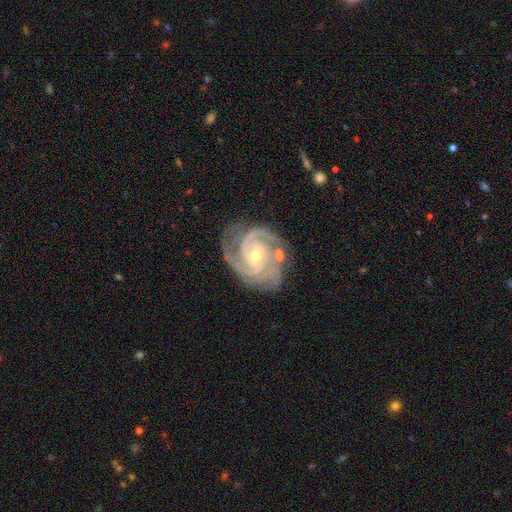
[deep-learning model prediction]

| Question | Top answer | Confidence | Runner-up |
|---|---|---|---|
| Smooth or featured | featured or disk | 93% | star or artifact (4%) |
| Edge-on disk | no | 98% | yes (2%) |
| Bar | no | 50% | weak (35%) |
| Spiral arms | yes | 99% | no (1%) |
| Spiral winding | tight | 72% | medium (25%) |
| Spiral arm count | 3 | 47% | 4 (19%) |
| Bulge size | small | 56% | moderate (41%) |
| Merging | none | 73% | minor disturbance (18%) |